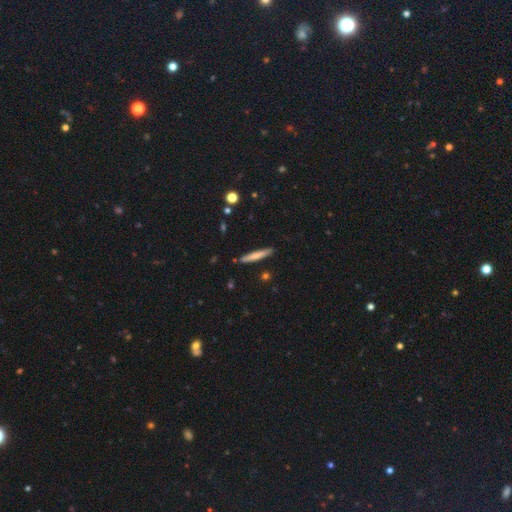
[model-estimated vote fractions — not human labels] smooth 69%, featured or disk 24%, star or artifact 6%. Down the decision tree: how rounded — cigar-shaped (94%); merging — none (88%).